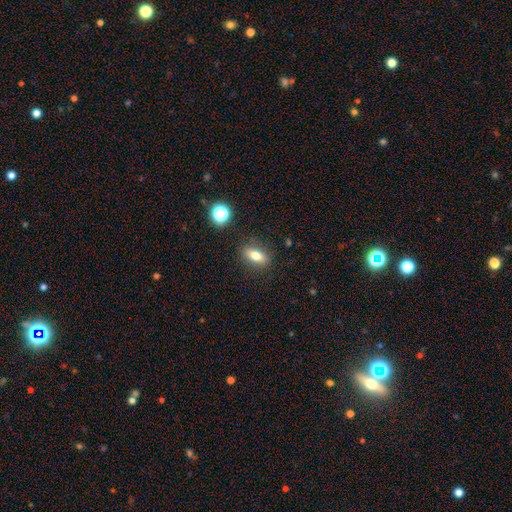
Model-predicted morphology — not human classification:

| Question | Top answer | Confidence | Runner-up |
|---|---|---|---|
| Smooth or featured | smooth | 73% | featured or disk (16%) |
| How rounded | in between | 74% | cigar-shaped (16%) |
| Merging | none | 86% | minor disturbance (9%) |